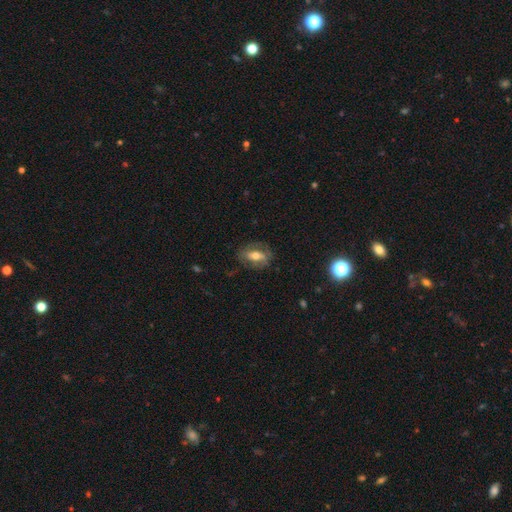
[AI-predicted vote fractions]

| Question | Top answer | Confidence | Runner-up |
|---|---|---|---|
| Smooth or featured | featured or disk | 51% | smooth (41%) |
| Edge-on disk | no | 85% | yes (15%) |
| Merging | none | 71% | minor disturbance (19%) |